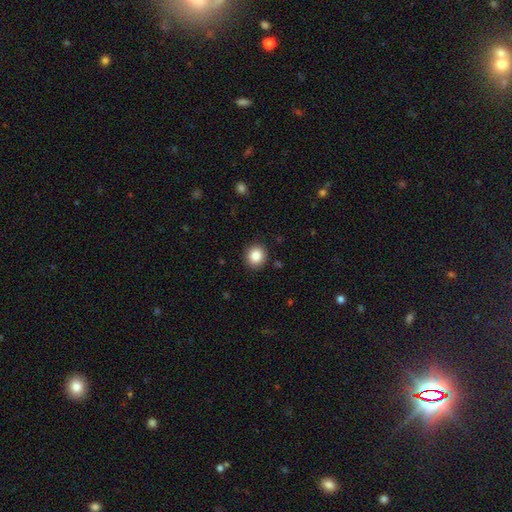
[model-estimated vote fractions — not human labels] smooth 86%, star or artifact 9%, featured or disk 5%. Down the decision tree: how rounded — round (88%); merging — none (91%).